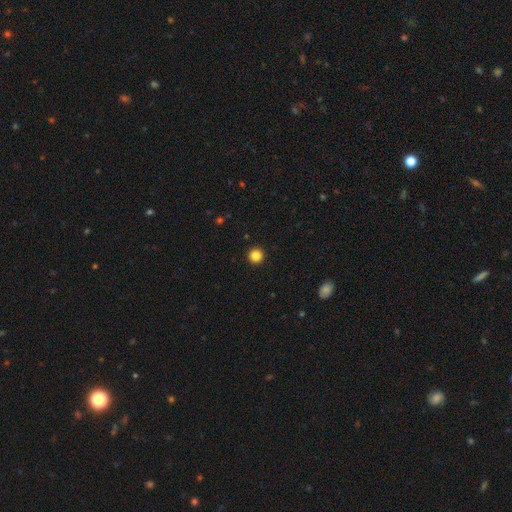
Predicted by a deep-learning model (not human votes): A smooth galaxy with no disk features (85%) that is round (96%). Merging: none (94%).